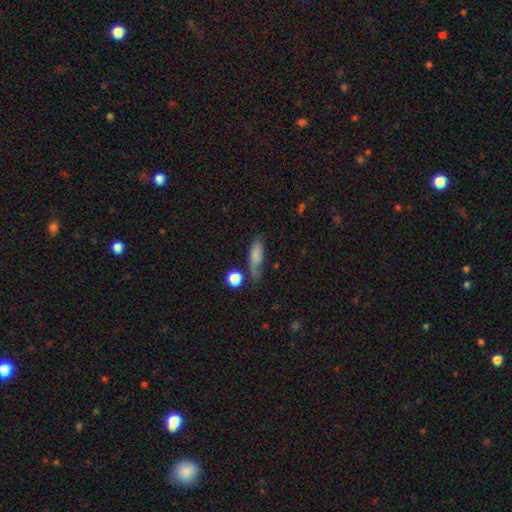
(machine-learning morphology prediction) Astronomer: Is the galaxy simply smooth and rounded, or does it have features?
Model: smooth — 70%.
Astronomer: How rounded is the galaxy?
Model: in between — 66%.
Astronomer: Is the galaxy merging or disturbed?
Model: none — 51% (runner-up: minor disturbance, 28%).